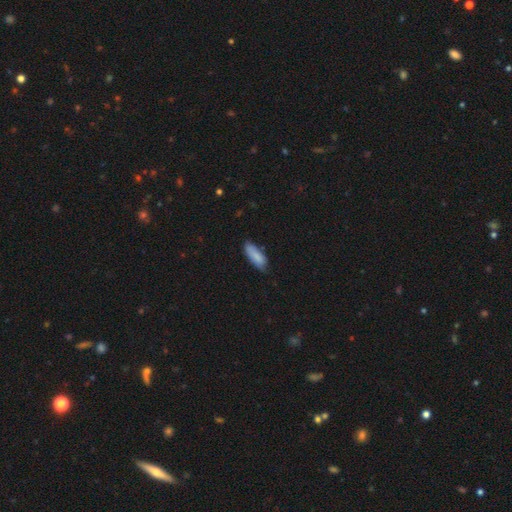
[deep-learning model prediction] Smooth or featured? Predicted: smooth (p=0.84). How rounded? Predicted: in between (p=0.66). Merging? Predicted: none (p=0.64).